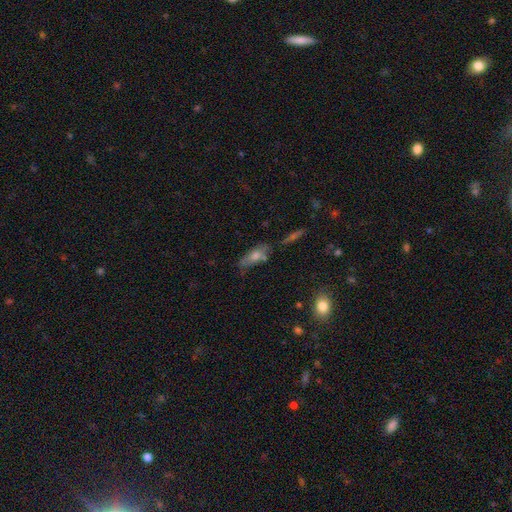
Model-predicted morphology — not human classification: Smooth or featured? smooth (57%)
How rounded? in between (63%)
Merging? none (58%)